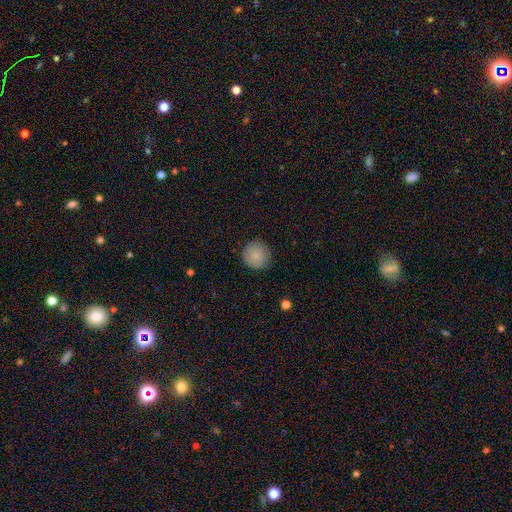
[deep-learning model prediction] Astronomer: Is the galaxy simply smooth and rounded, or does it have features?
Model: smooth — 86%.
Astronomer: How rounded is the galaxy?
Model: round — 95%.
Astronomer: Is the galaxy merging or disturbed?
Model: none — 89%.